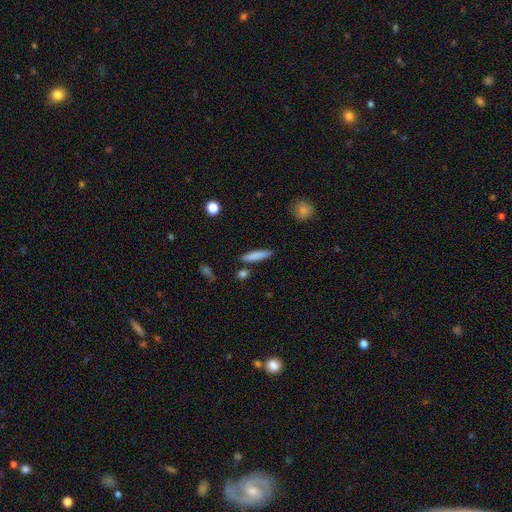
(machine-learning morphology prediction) Q: Smooth or featured?
A: smooth (80%); runner-up: featured or disk (13%)
Q: How rounded?
A: cigar-shaped (86%); runner-up: in between (12%)
Q: Merging?
A: none (85%); runner-up: minor disturbance (9%)